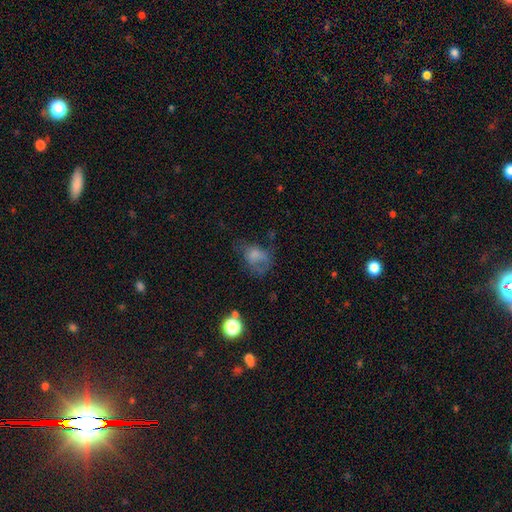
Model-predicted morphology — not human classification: The model was most divided on "merging": major disturbance: 39%, none: 31%, minor disturbance: 25%, merger: 4%. More confident: how rounded — in between (62%); smooth or featured — smooth (61%).